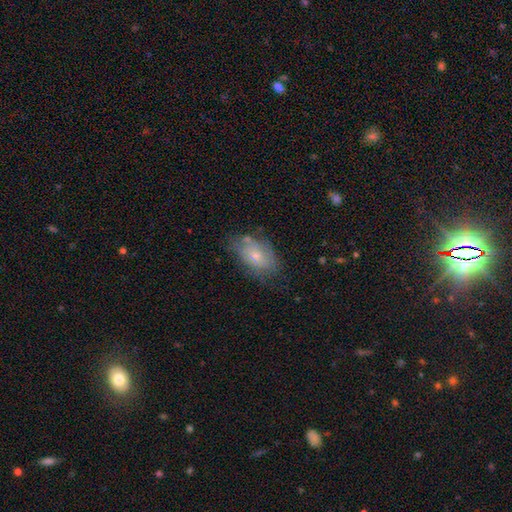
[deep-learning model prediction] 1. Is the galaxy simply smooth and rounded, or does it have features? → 60% smooth, 33% featured or disk, 8% star or artifact.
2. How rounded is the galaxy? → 90% in between, 8% round, 2% cigar-shaped.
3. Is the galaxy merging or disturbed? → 58% none, 28% minor disturbance, 10% major disturbance, 4% merger.